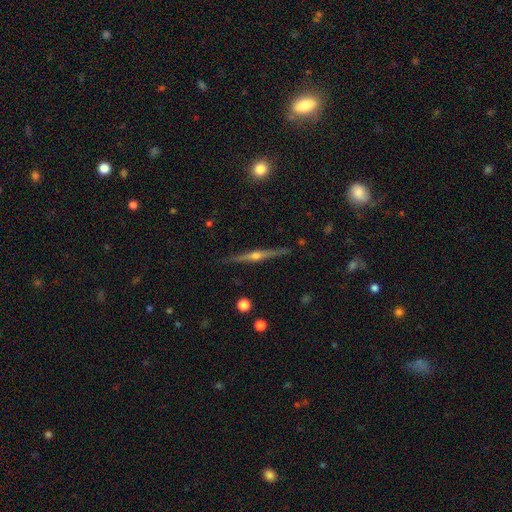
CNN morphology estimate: Smooth or featured: featured or disk — 84% (smooth — 10%)
Edge-on disk: yes — 98% (no — 2%)
Edge-on bulge: rounded — 92% (none — 4%)
Merging: none — 91% (minor disturbance — 7%)